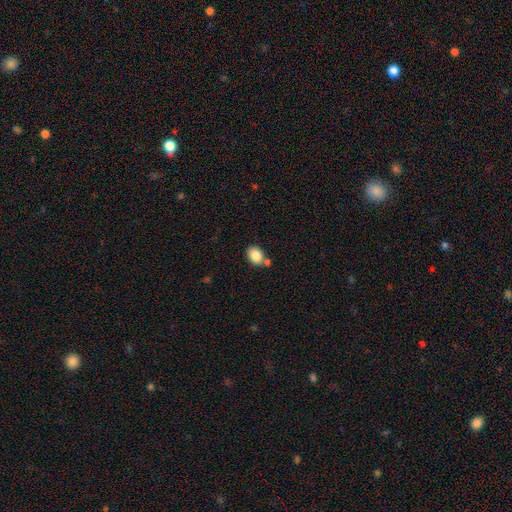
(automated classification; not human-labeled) smooth 85%, star or artifact 8%, featured or disk 7%. Down the decision tree: how rounded — in between (66%); merging — none (66%).